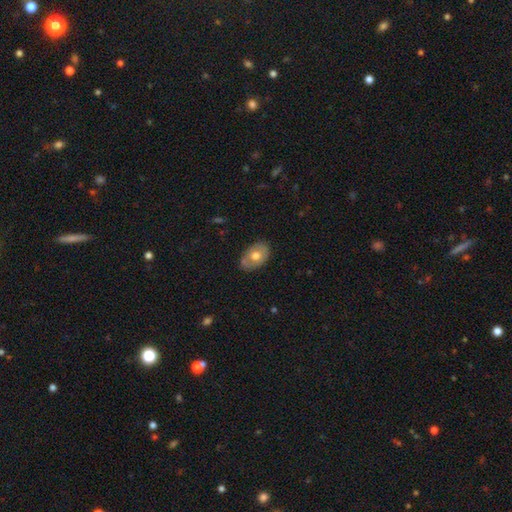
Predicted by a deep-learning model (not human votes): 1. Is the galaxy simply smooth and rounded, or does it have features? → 65% smooth, 28% featured or disk, 7% star or artifact.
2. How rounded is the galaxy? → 85% in between, 14% round, 1% cigar-shaped.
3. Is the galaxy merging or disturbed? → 69% none, 20% minor disturbance, 7% merger, 4% major disturbance.